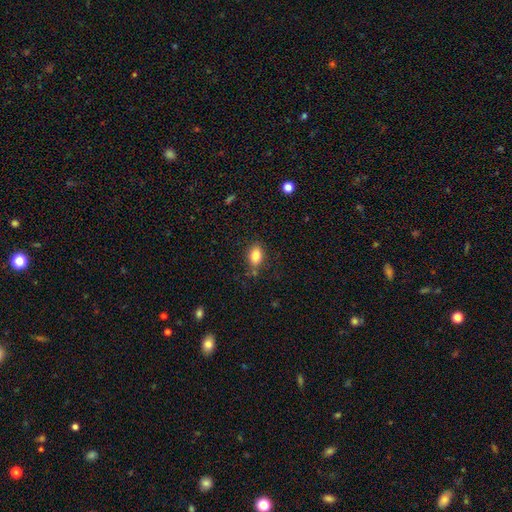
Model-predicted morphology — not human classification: Smooth or featured? Predicted: smooth (p=0.84). How rounded? Predicted: in between (p=0.84). Merging? Predicted: none (p=0.77).